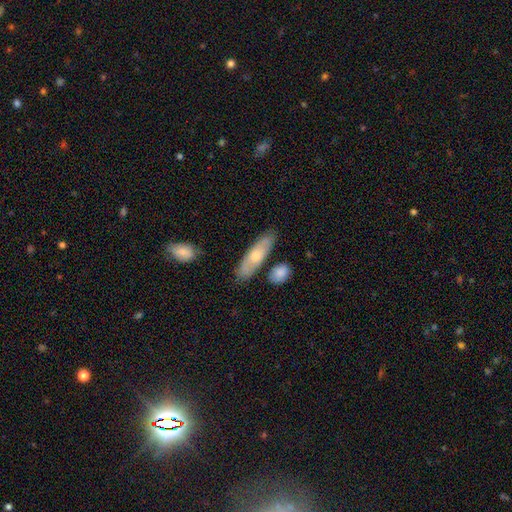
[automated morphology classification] This is possibly a smooth galaxy (56%). How rounded: possibly cigar-shaped (50%). Merging: likely none (78%).